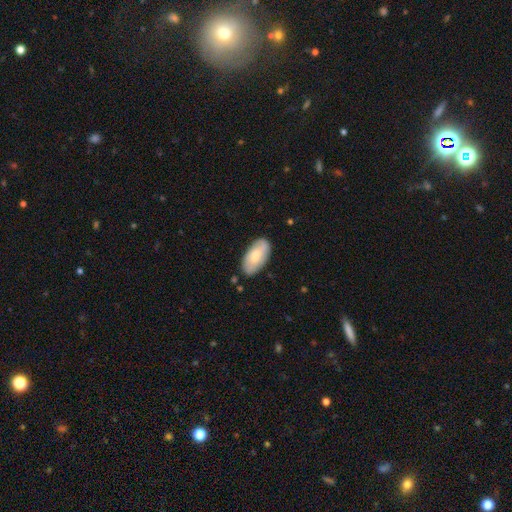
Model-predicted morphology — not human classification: type=smooth (68%); roundness=in between (94%); merging=none (81%).